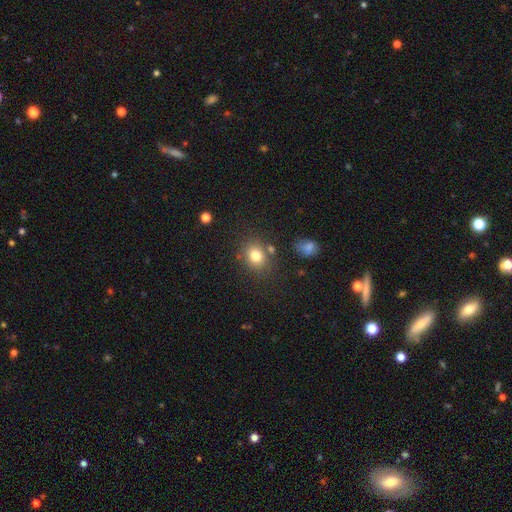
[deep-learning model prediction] Morphology: type=smooth (79%); roundness=round (65%); merging=none (76%).